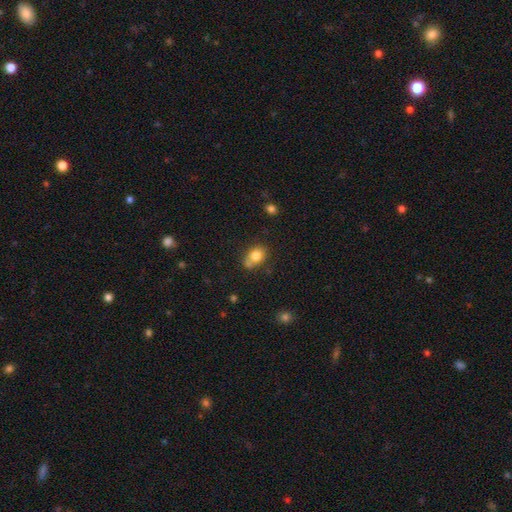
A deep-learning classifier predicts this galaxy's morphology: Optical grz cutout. It shows a smooth galaxy with no disk features (80%) that is in between round and cigar-shaped (59%). Merging: none (51%).